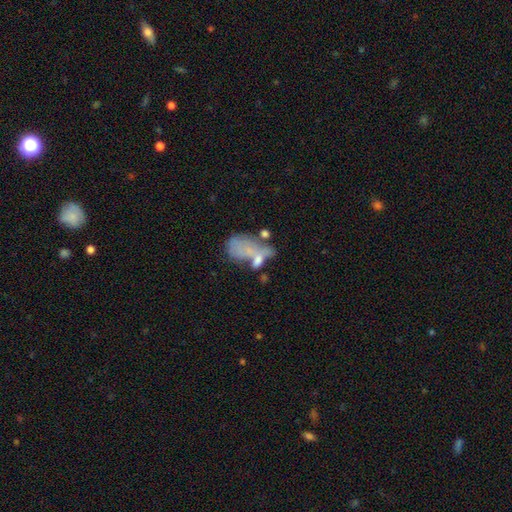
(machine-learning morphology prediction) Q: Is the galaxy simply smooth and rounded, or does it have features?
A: smooth — 56%.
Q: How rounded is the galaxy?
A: in between — 81%.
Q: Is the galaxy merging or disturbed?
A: merger — 40%.